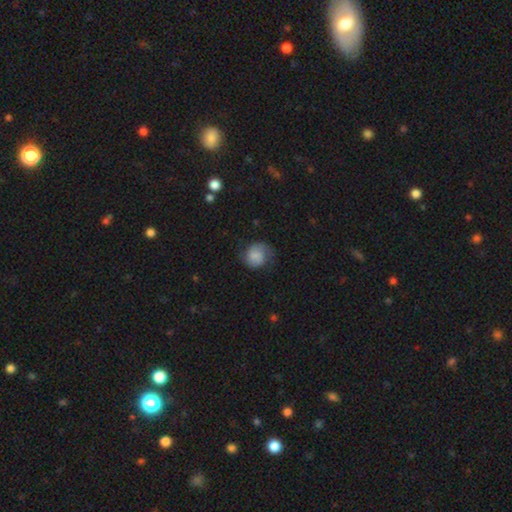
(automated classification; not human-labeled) Smooth or featured?
  - smooth: 56% *
  - featured or disk: 36%
  - star or artifact: 9%
How rounded?
  - round: 77% *
  - in between: 22%
  - cigar-shaped: 1%
Merging?
  - none: 62% *
  - minor disturbance: 24%
  - major disturbance: 13%
  - merger: 1%